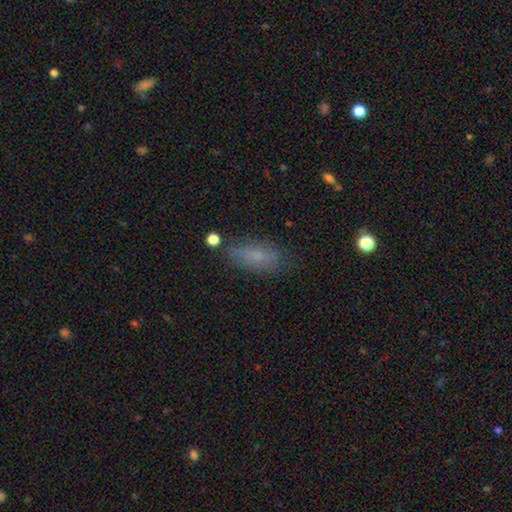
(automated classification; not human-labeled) This is likely a smooth galaxy (74%). How rounded: likely in between (76%). Merging: likely none (72%).